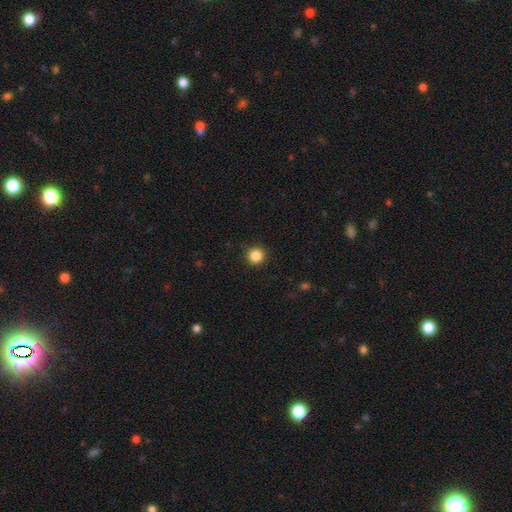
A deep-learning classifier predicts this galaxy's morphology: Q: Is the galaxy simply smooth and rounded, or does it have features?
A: smooth — 86%.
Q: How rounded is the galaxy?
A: round — 95%.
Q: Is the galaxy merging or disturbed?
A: none — 93%.